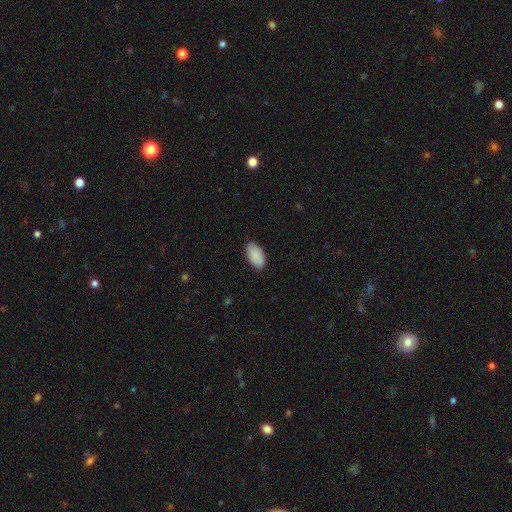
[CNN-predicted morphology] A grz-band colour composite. It shows a smooth galaxy with no disk features (89%) that is in between round and cigar-shaped (95%). Merging: none (84%).